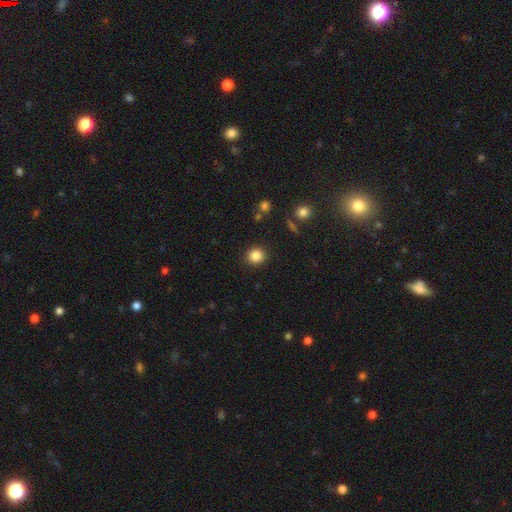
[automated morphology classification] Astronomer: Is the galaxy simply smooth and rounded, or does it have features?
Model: smooth — 84%.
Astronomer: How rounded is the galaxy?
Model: round — 90%.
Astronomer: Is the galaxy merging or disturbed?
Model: none — 91%.